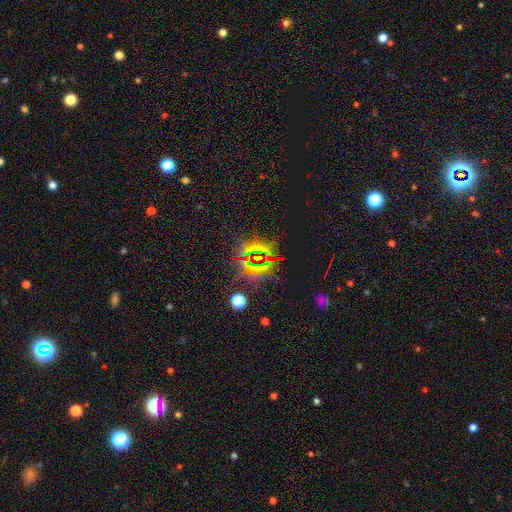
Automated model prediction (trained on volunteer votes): Morphology: type=star or artifact (78%).